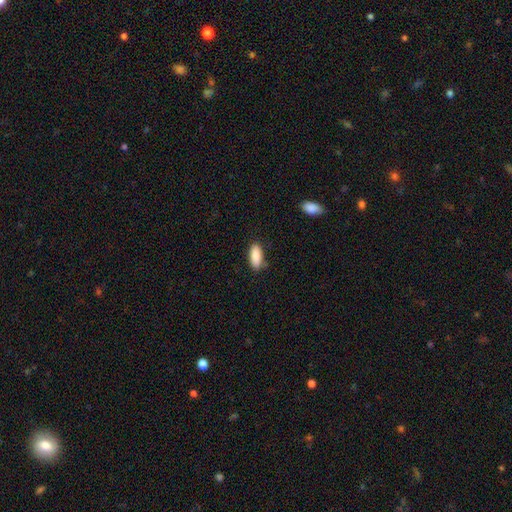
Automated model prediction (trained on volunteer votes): Smooth or featured? Predicted: smooth (p=0.89). How rounded? Predicted: in between (p=0.84). Merging? Predicted: none (p=0.82).